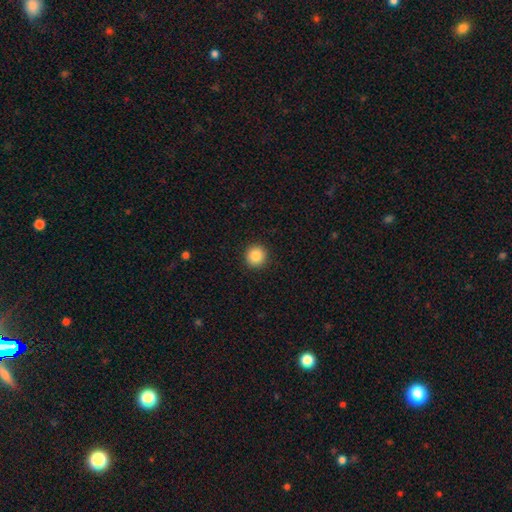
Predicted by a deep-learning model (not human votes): Smooth or featured? Predicted: smooth (p=0.86). How rounded? Predicted: round (p=0.94). Merging? Predicted: none (p=0.92).